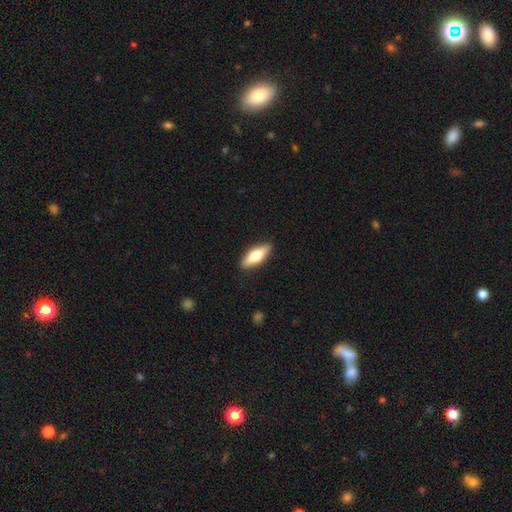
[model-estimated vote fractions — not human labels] Smooth or featured? smooth (56%)
How rounded? in between (57%)
Merging? none (90%)